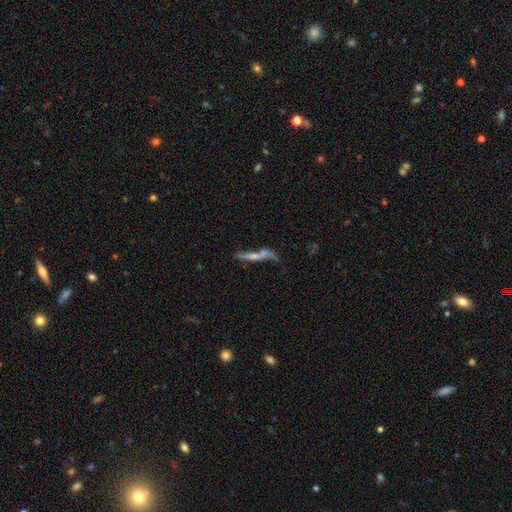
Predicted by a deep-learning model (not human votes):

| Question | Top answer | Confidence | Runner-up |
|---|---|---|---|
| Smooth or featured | featured or disk | 55% | smooth (35%) |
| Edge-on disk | yes | 75% | no (25%) |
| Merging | none | 41% | merger (30%) |